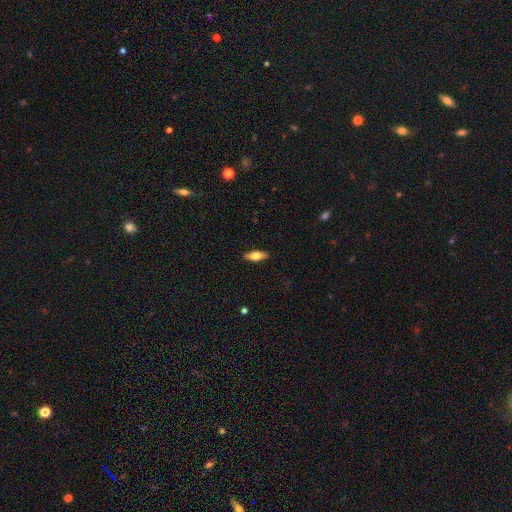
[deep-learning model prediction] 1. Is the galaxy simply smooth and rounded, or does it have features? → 63% smooth, 31% featured or disk, 6% star or artifact.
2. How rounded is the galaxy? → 70% in between, 27% cigar-shaped, 3% round.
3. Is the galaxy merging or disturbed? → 89% none, 8% minor disturbance, 2% major disturbance, 1% merger.